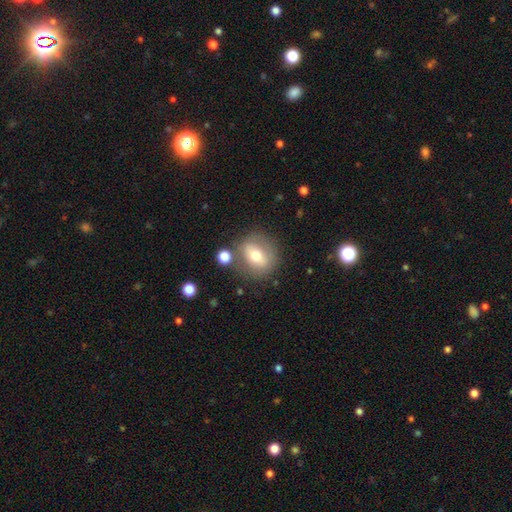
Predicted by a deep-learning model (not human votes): smooth_or_featured: smooth (p=0.57) [alt: featured or disk p=0.34]
how_rounded: round (p=0.73) [alt: in between p=0.26]
merging: none (p=0.72) [alt: minor disturbance p=0.14]